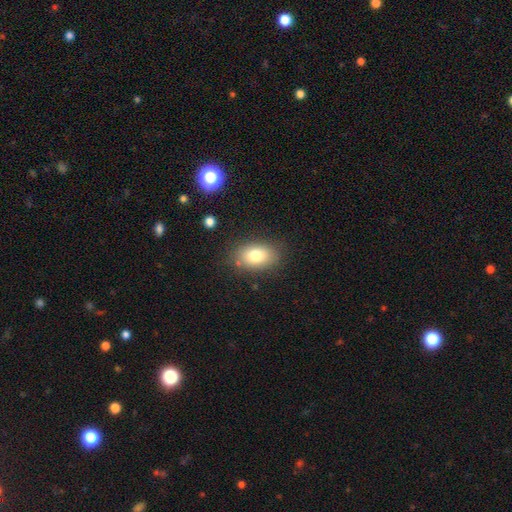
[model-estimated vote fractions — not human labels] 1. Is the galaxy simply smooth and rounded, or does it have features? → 77% smooth, 13% featured or disk, 10% star or artifact.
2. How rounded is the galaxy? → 82% in between, 16% round, 1% cigar-shaped.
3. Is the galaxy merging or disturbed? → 82% none, 12% minor disturbance, 4% major disturbance, 2% merger.